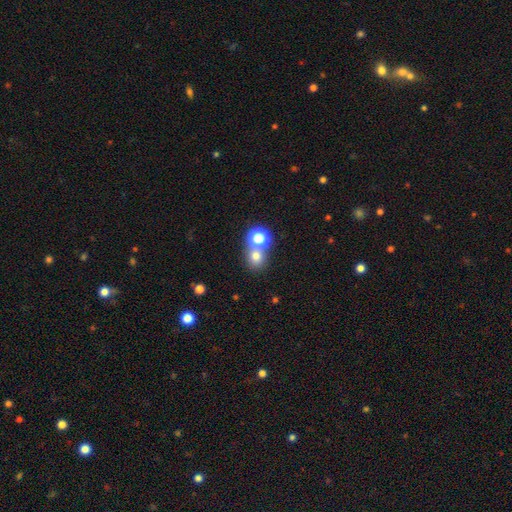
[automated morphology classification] The model was most divided on "merging": none: 58%, merger: 31%, minor disturbance: 7%, major disturbance: 3%. More confident: how rounded — round (81%); smooth or featured — smooth (71%).